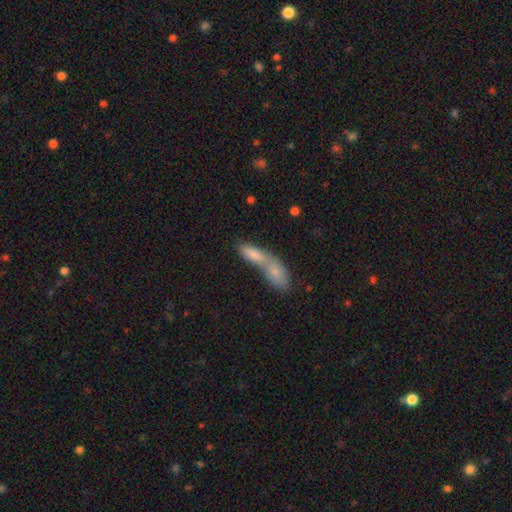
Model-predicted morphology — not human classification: smooth-or-featured: smooth: 79% | featured or disk: 14% | star or artifact: 8%
  how-rounded: in between: 62% | cigar-shaped: 34% | round: 4%
  merging: merger: 72% | none: 19% | minor disturbance: 5% | major disturbance: 3%